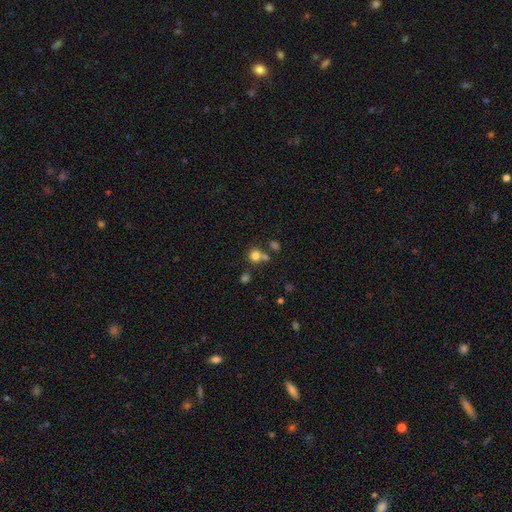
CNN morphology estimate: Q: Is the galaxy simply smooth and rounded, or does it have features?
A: smooth — 77%.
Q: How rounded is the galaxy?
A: round — 83%.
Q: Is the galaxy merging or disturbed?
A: none — 54%.